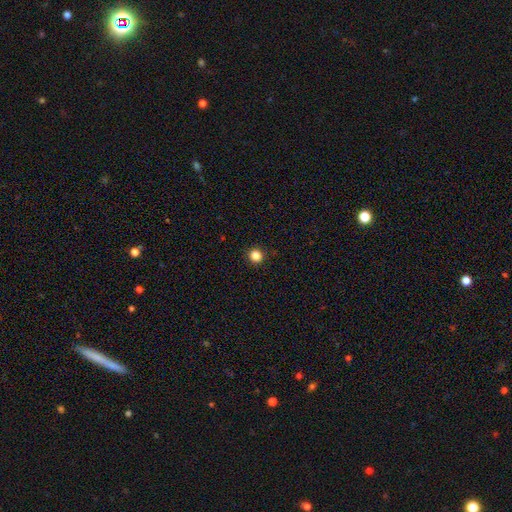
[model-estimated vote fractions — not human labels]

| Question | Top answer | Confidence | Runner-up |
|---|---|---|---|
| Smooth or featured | smooth | 85% | star or artifact (12%) |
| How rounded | round | 93% | in between (6%) |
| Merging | none | 93% | minor disturbance (4%) |